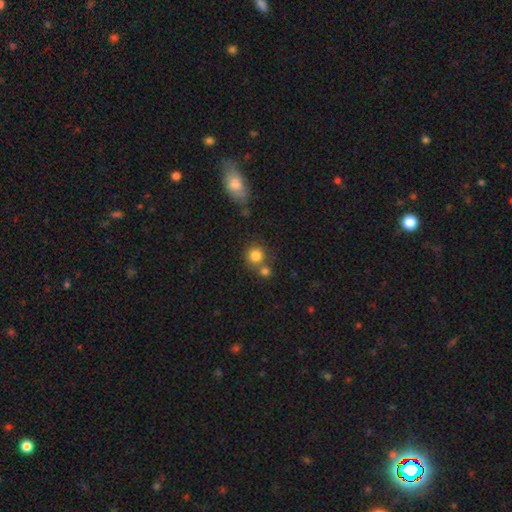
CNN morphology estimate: This is clearly a smooth galaxy (82%). How rounded: clearly round (89%). Merging: possibly none (59%).